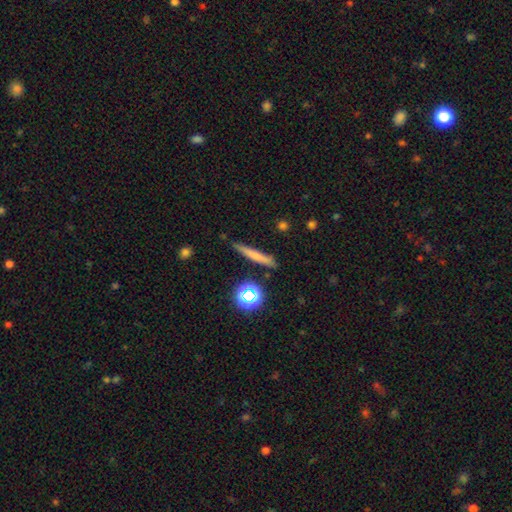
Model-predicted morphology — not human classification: This appears to be a smooth galaxy with no disk features (64%) that is cigar-shaped (92%). Merging: none (84%).